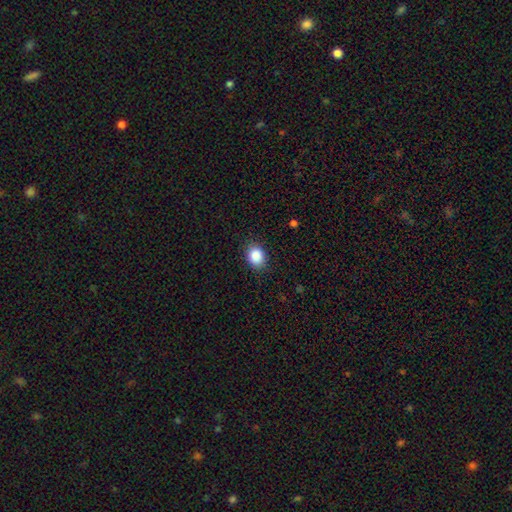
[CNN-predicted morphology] smooth_or_featured: smooth (p=0.86) [alt: star or artifact p=0.09]
how_rounded: in between (p=0.50) [alt: round p=0.49]
merging: none (p=0.86) [alt: minor disturbance p=0.11]